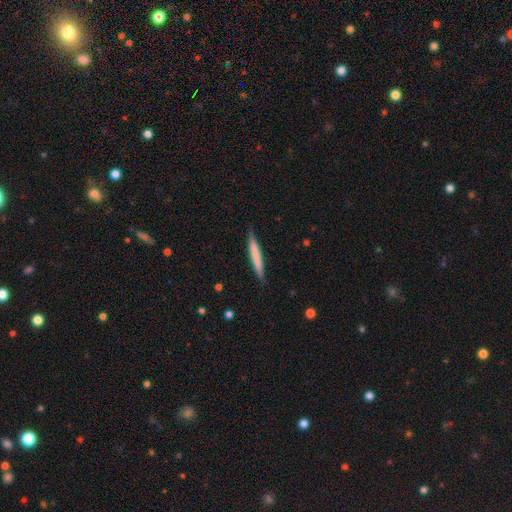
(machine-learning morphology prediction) Smooth or featured?
  - smooth: 66% *
  - featured or disk: 29%
  - star or artifact: 5%
How rounded?
  - cigar-shaped: 96% *
  - in between: 3%
  - round: 1%
Merging?
  - none: 87% *
  - minor disturbance: 10%
  - major disturbance: 2%
  - merger: 1%